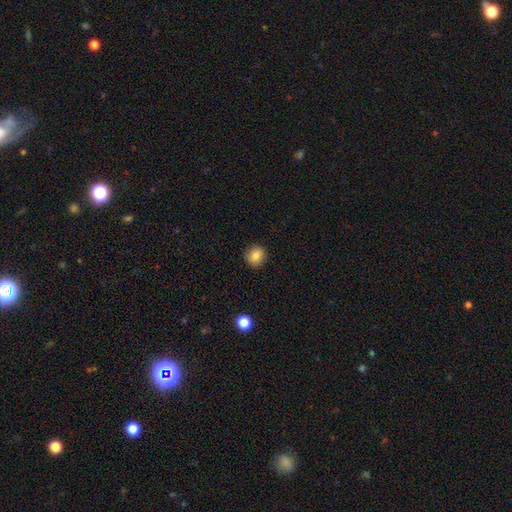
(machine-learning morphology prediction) The model was most divided on "how rounded": round: 85%, in between: 14%, cigar-shaped: 1%. More confident: merging — none (88%); smooth or featured — smooth (83%).